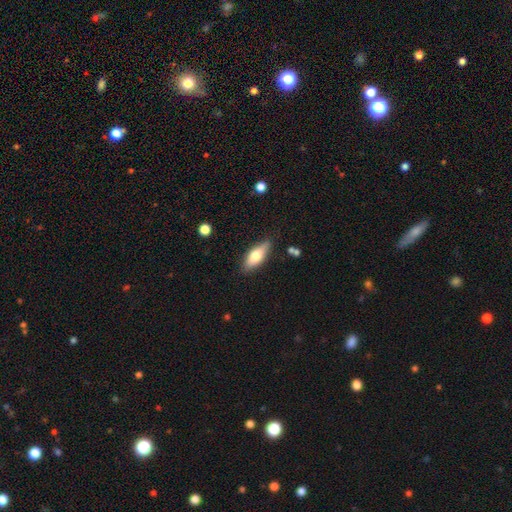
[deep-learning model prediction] Smooth or featured: smooth — 65% (featured or disk — 29%)
How rounded: in between — 69% (cigar-shaped — 28%)
Merging: none — 84% (minor disturbance — 12%)